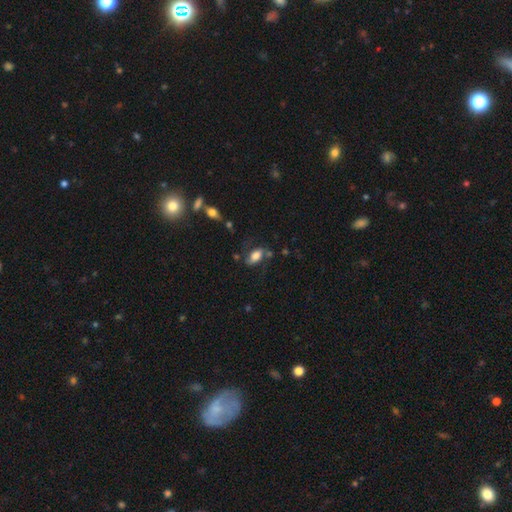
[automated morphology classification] A smooth galaxy with no disk features (65%) that is in between round and cigar-shaped (87%).

Vote fractions:
- Smooth or featured? smooth: 65% / featured or disk: 27% / star or artifact: 8%
- How rounded? in between: 87% / cigar-shaped: 7% / round: 5%
- Merging? none: 57% / minor disturbance: 23% / major disturbance: 13% / merger: 6%